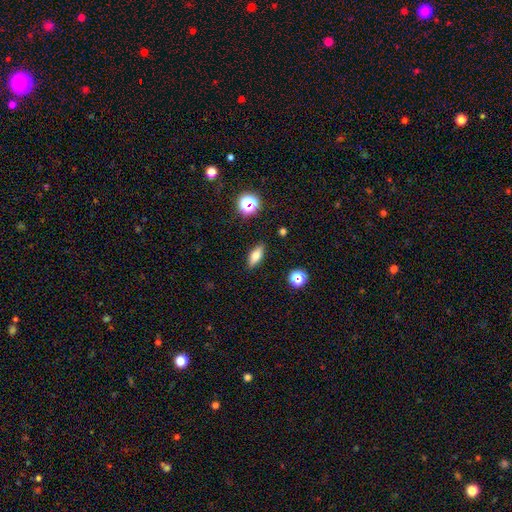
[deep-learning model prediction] Smooth or featured? smooth (69%)
How rounded? in between (65%)
Merging? none (88%)